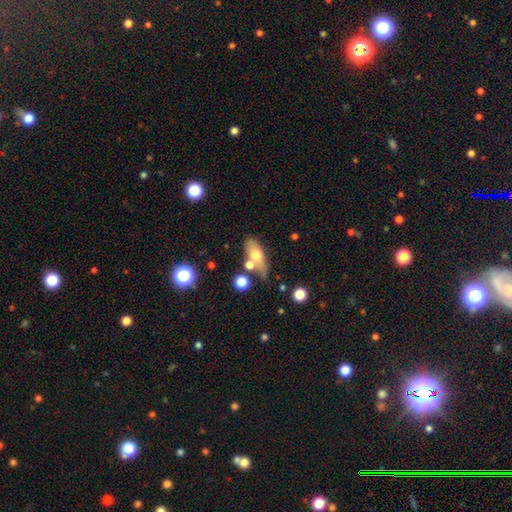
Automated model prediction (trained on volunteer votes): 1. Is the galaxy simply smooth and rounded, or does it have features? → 64% smooth, 28% featured or disk, 8% star or artifact.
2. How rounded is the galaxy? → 75% in between, 18% cigar-shaped, 7% round.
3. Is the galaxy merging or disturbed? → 53% none, 21% merger, 19% minor disturbance, 8% major disturbance.